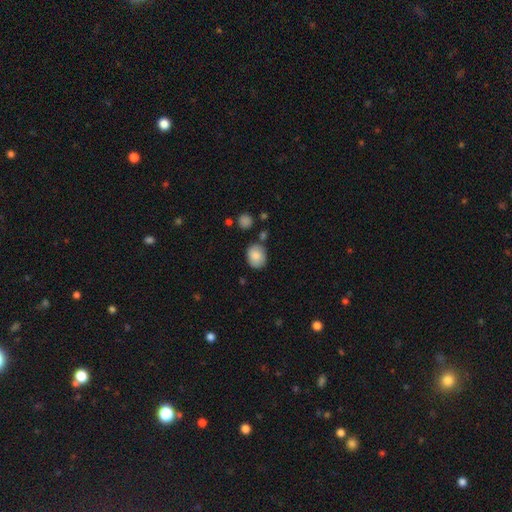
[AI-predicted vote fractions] This appears to be a smooth galaxy with no disk features (85%) that is in between round and cigar-shaped (51%). Merging: none (73%).